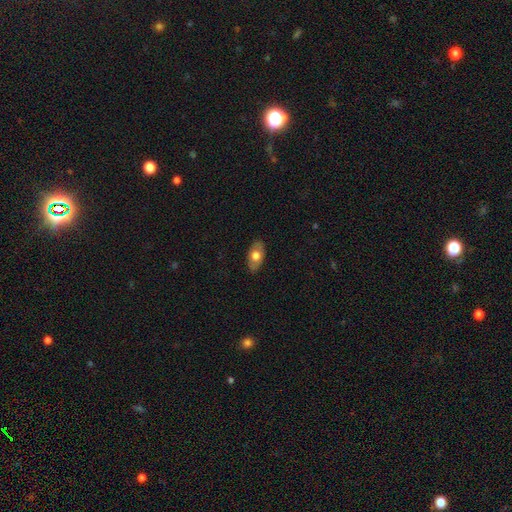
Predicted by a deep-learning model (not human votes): This is likely a smooth galaxy (66%). How rounded: clearly in between (91%). Merging: clearly none (84%).